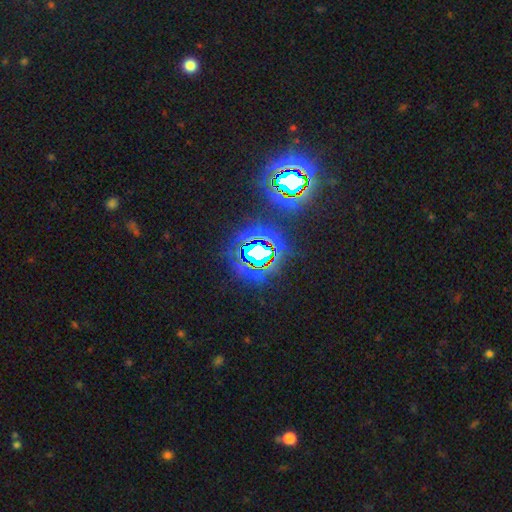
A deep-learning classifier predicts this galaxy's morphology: Smooth or featured?
  - star or artifact: 76% *
  - smooth: 13%
  - featured or disk: 10%